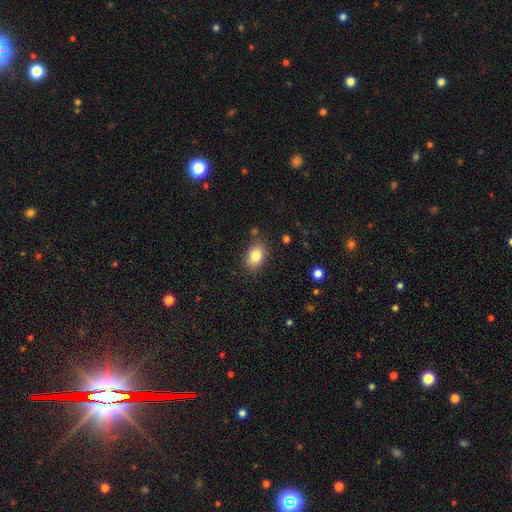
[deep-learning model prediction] Q: Smooth or featured?
A: smooth (83%); runner-up: featured or disk (8%)
Q: How rounded?
A: in between (82%); runner-up: round (17%)
Q: Merging?
A: none (82%); runner-up: minor disturbance (12%)